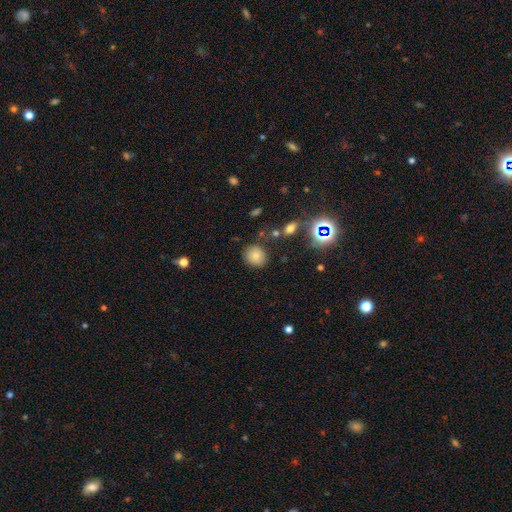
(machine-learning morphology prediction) This appears to be a smooth galaxy with no disk features (77%) that is round (80%). Merging: none (84%).